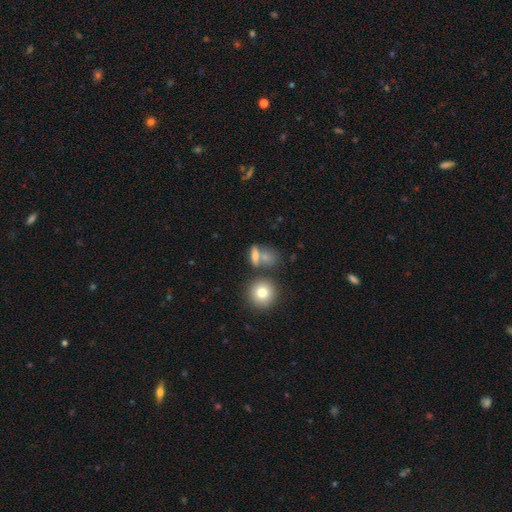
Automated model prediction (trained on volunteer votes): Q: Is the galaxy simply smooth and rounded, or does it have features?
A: smooth — 67%.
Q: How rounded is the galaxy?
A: in between — 54%.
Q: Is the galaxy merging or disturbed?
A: none — 52%.